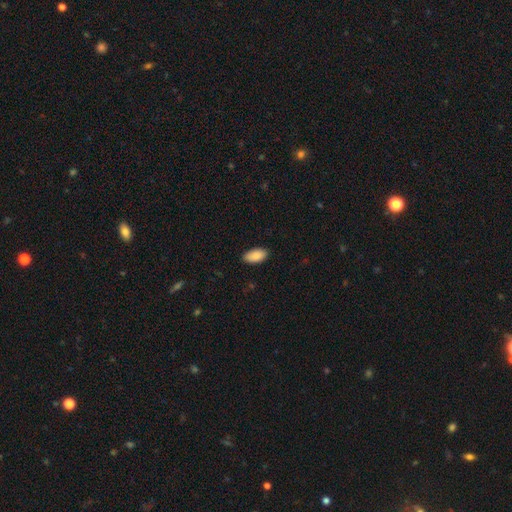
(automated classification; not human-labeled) Smooth or featured? Predicted: smooth (p=0.90). How rounded? Predicted: in between (p=0.94). Merging? Predicted: none (p=0.87).